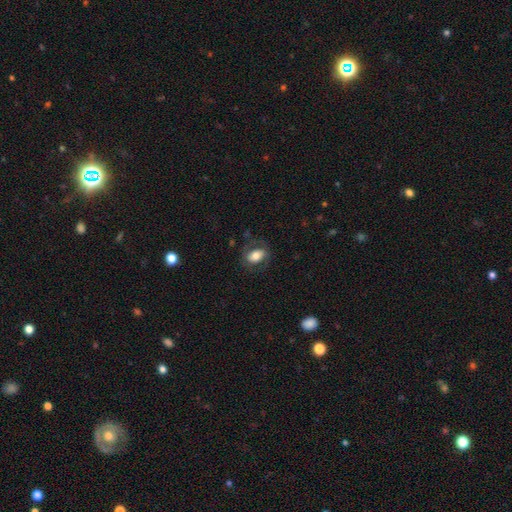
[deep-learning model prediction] smooth_or_featured: smooth (p=0.65) [alt: featured or disk p=0.28]
how_rounded: in between (p=0.82) [alt: round p=0.16]
merging: none (p=0.69) [alt: minor disturbance p=0.17]